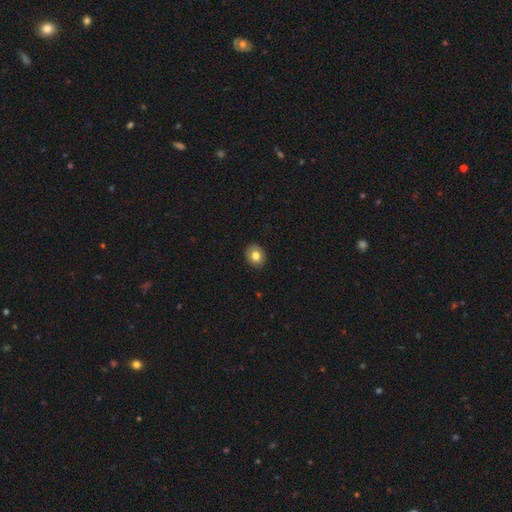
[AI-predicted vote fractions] A smooth galaxy with no disk features (80%) that is round (63%). Merging: none (91%).